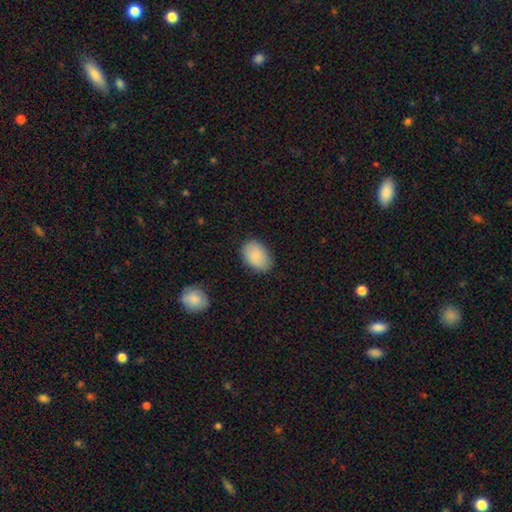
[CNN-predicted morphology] Overall: smooth (86%). How rounded: in between (83%). Merging: none (82%).